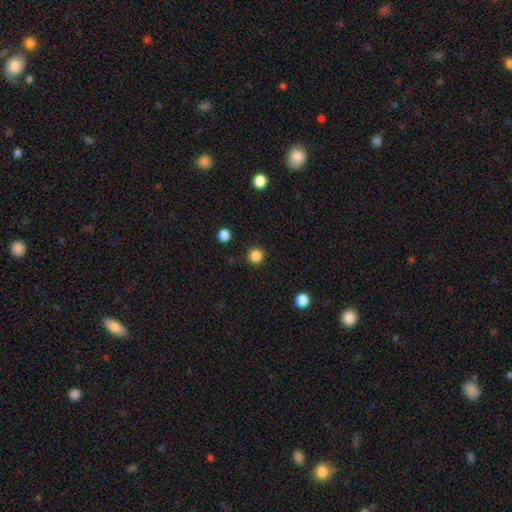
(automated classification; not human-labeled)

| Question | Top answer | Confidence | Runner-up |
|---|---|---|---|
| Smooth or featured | smooth | 85% | star or artifact (12%) |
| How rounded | round | 95% | in between (4%) |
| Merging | none | 92% | minor disturbance (5%) |